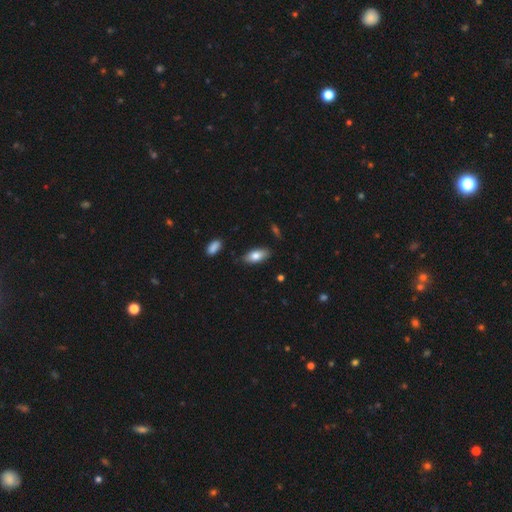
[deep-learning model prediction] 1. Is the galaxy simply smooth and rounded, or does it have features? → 79% smooth, 14% featured or disk, 7% star or artifact.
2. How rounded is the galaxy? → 87% in between, 10% cigar-shaped, 3% round.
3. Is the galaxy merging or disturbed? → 82% none, 14% minor disturbance, 3% major disturbance, 2% merger.